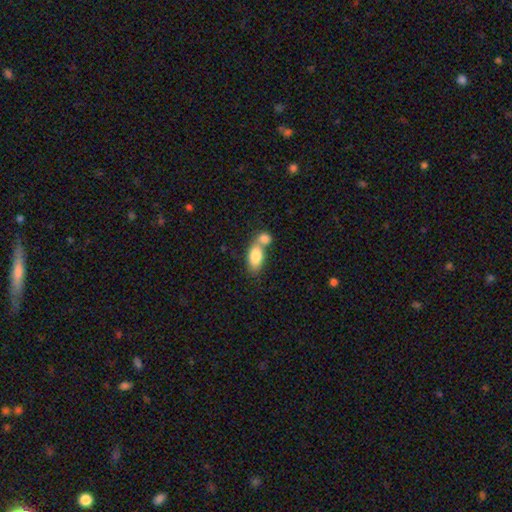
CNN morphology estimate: smooth 80%, featured or disk 13%, star or artifact 7%. Down the decision tree: how rounded — in between (87%); merging — merger (63%).